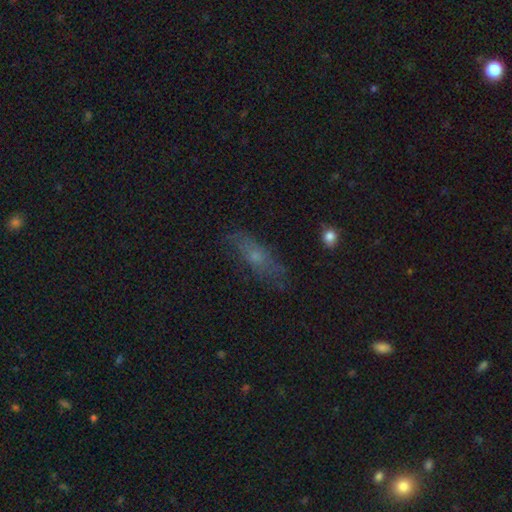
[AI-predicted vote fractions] This is possibly a smooth galaxy (49%). Merging: likely none (72%).